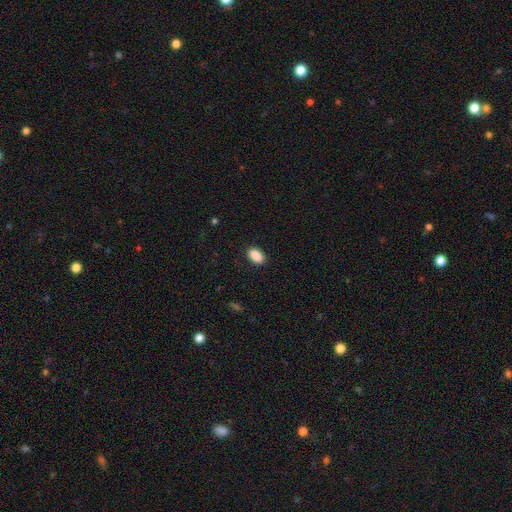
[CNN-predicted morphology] type=smooth (90%); roundness=in between (92%); merging=none (88%).